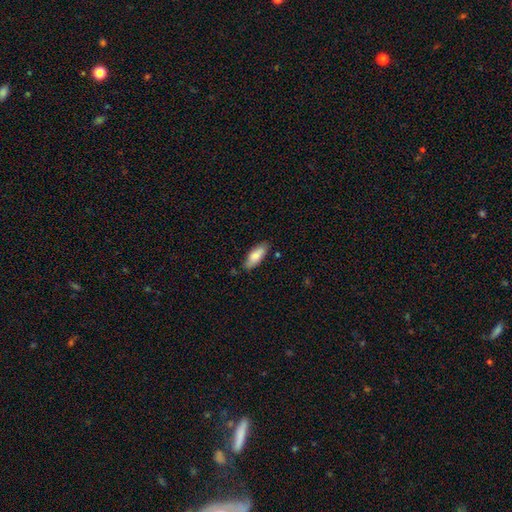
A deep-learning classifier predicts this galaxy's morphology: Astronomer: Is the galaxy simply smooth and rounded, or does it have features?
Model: smooth — 81%.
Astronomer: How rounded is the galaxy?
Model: in between — 76%.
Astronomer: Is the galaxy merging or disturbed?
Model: none — 76%.